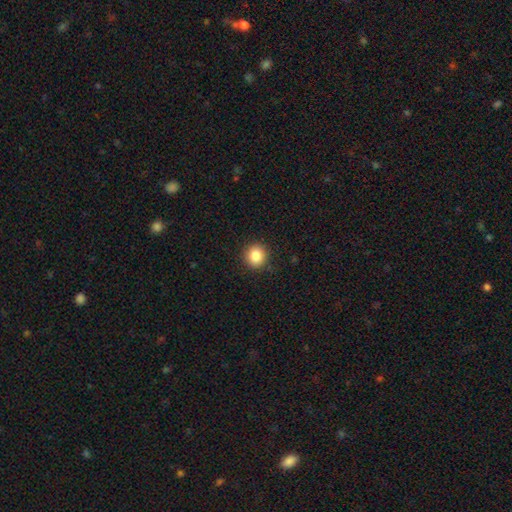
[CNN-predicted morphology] A smooth galaxy with no disk features (85%) that is round (88%).

Vote fractions:
- Smooth or featured? smooth: 85% / star or artifact: 10% / featured or disk: 5%
- How rounded? round: 88% / in between: 11% / cigar-shaped: 1%
- Merging? none: 90% / minor disturbance: 7% / major disturbance: 2% / merger: 1%